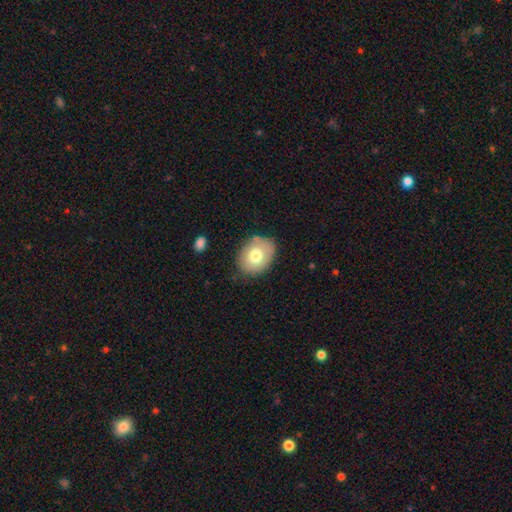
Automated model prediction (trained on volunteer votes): smooth 74%, featured or disk 19%, star or artifact 8%. Down the decision tree: how rounded — in between (65%); merging — none (79%).